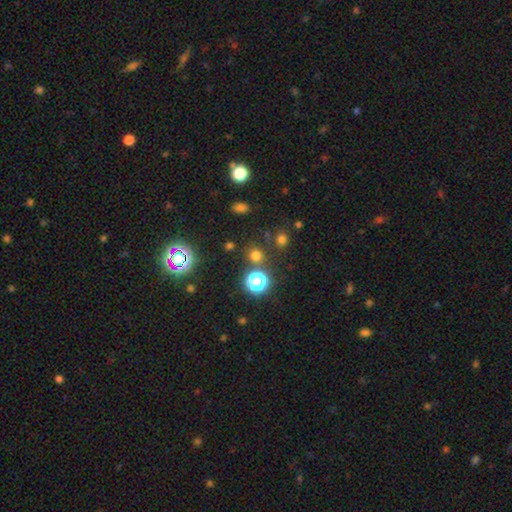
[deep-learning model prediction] Morphology: type=smooth (64%); roundness=round (86%); merging=none (80%).